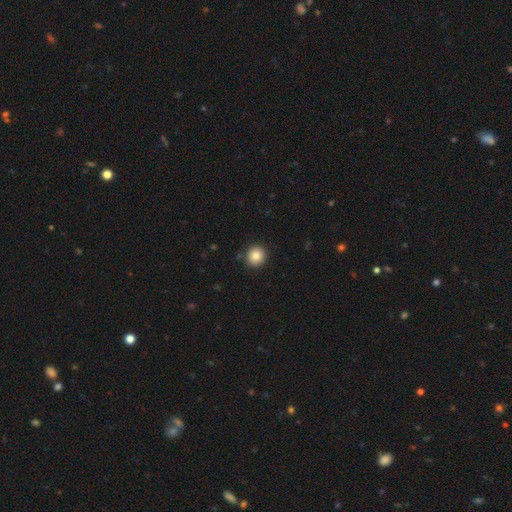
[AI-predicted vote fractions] A smooth galaxy with no disk features (84%) that is round (91%).

Vote fractions:
- Smooth or featured? smooth: 84% / star or artifact: 10% / featured or disk: 6%
- How rounded? round: 91% / in between: 8% / cigar-shaped: 1%
- Merging? none: 90% / minor disturbance: 7% / major disturbance: 2% / merger: 1%